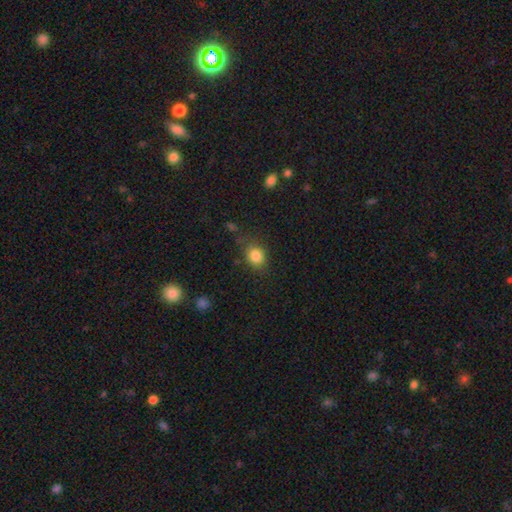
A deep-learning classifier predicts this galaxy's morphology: Q: Smooth or featured?
A: smooth (84%); runner-up: star or artifact (10%)
Q: How rounded?
A: round (57%); runner-up: in between (42%)
Q: Merging?
A: none (72%); runner-up: minor disturbance (19%)